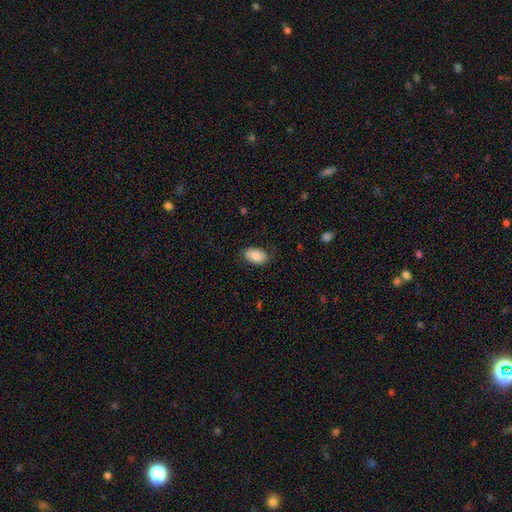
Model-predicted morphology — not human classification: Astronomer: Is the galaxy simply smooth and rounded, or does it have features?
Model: smooth — 84%.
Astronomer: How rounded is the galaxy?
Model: in between — 92%.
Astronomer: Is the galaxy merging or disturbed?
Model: none — 79%.